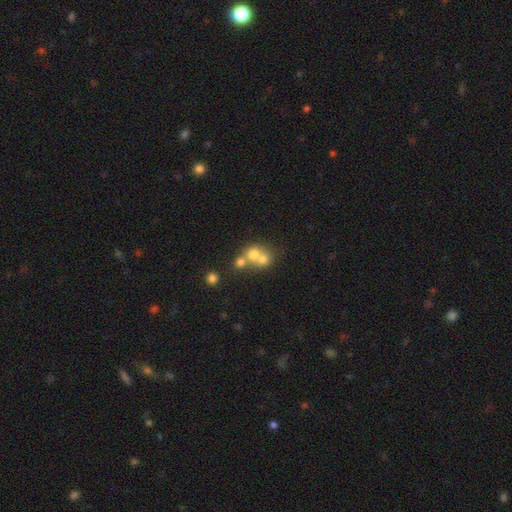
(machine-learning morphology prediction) smooth-or-featured: smooth: 64% | featured or disk: 22% | star or artifact: 14%
  how-rounded: round: 81% | in between: 18% | cigar-shaped: 1%
  merging: merger: 61% | none: 30% | minor disturbance: 5% | major disturbance: 3%